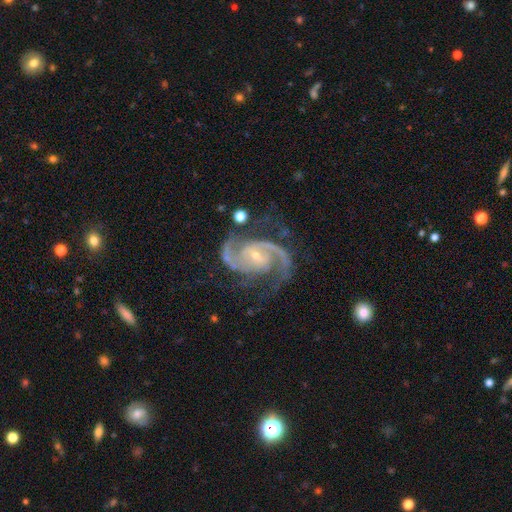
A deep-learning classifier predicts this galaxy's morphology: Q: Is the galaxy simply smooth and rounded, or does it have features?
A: featured or disk — 94%.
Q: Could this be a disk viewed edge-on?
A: no — 98%.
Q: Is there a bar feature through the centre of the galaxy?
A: no — 46%.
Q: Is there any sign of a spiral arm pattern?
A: yes — 99%.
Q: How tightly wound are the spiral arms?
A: medium — 63%.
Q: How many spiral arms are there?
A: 2 — 87%.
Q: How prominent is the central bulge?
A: small — 72%.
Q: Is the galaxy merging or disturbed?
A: none — 70%.